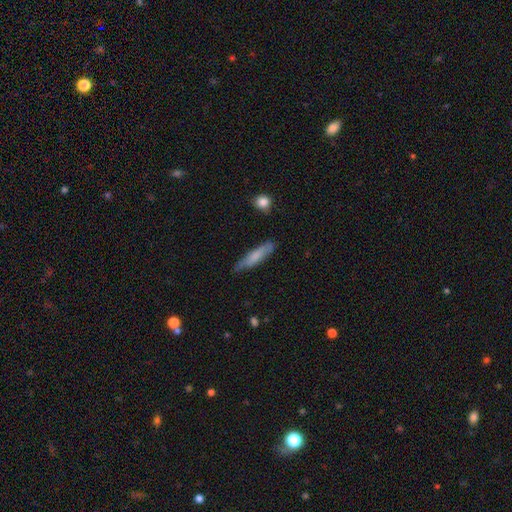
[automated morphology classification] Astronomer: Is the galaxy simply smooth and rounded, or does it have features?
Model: smooth — 66%.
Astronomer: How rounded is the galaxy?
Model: cigar-shaped — 80%.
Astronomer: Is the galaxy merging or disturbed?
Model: none — 72%.